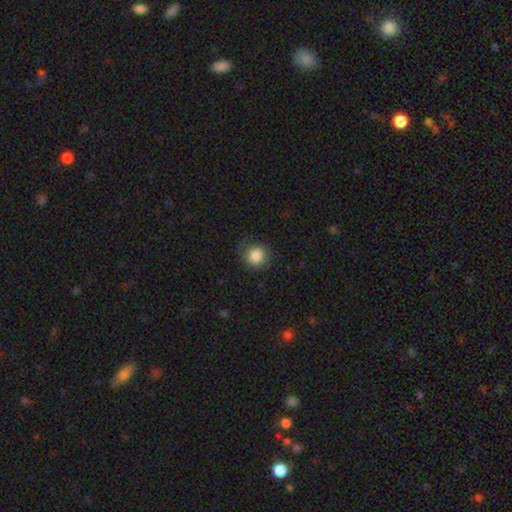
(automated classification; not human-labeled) smooth 86%, star or artifact 9%, featured or disk 6%. Down the decision tree: how rounded — round (92%); merging — none (78%).